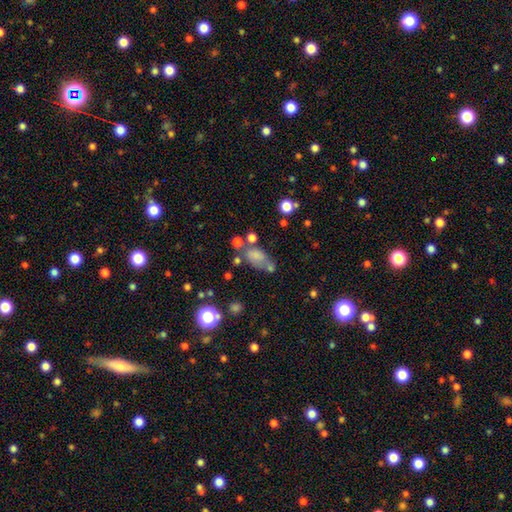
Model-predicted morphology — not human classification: smooth 68%, featured or disk 17%, star or artifact 14%. Down the decision tree: how rounded — in between (84%); merging — none (37%).